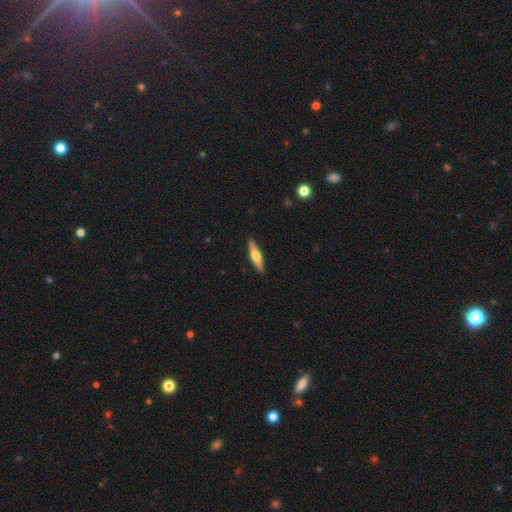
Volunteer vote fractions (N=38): featured or disk 66%, smooth 29%, star or artifact 5%. Down the decision tree: edge-on disk — yes (84%); edge-on bulge — rounded (95%); merging — none (89%).